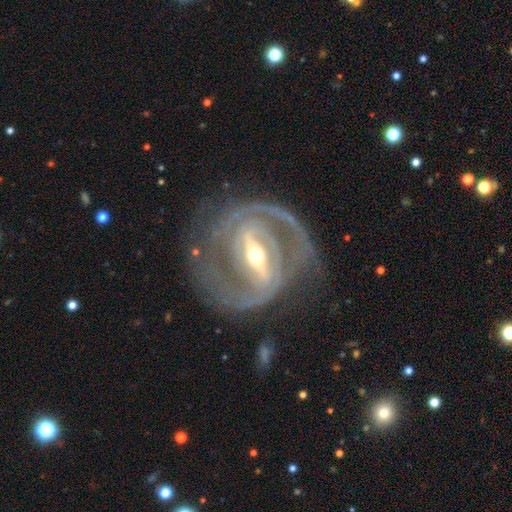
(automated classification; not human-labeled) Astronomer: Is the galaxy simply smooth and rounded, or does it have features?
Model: featured or disk — 91%.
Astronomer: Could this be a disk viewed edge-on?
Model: no — 95%.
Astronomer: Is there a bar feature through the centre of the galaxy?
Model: strong — 73%.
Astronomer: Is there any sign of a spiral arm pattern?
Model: yes — 94%.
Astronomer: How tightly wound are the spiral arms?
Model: tight — 50% (runner-up: medium, 41%).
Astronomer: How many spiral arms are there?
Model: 2 — 75%.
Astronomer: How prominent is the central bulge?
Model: small — 48% (runner-up: moderate, 47%).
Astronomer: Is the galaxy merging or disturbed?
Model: none — 66%.